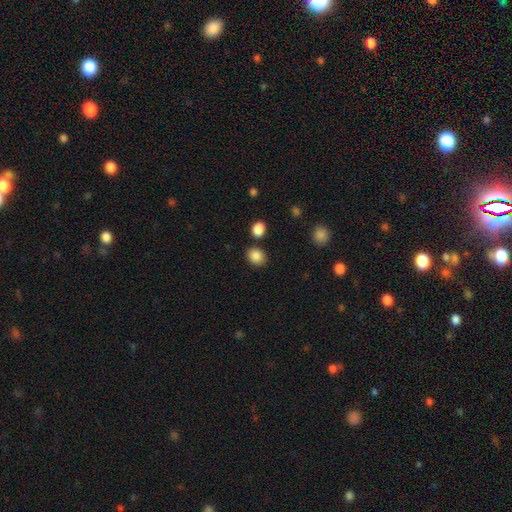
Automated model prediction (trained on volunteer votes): Q: Smooth or featured?
A: smooth (87%); runner-up: star or artifact (9%)
Q: How rounded?
A: round (51%); runner-up: in between (48%)
Q: Merging?
A: none (80%); runner-up: minor disturbance (10%)